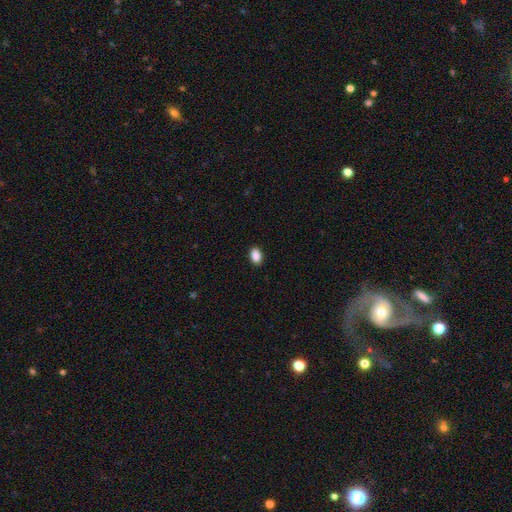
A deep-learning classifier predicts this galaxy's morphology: smooth-or-featured: smooth: 90% | star or artifact: 8% | featured or disk: 2%
  how-rounded: in between: 84% | round: 14% | cigar-shaped: 1%
  merging: none: 90% | minor disturbance: 7% | major disturbance: 2% | merger: 1%